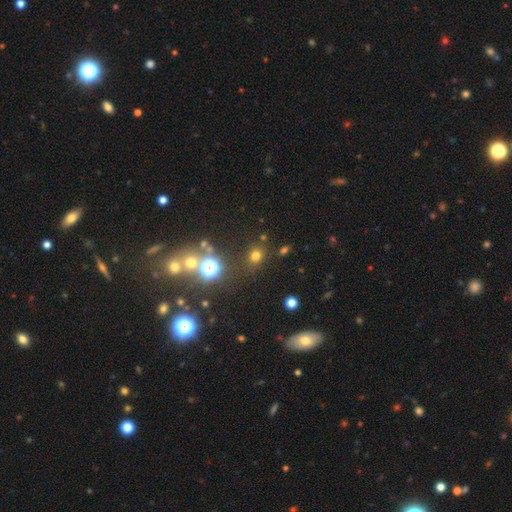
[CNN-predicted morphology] Overall: smooth (68%). How rounded: round (77%). Merging: none (82%).